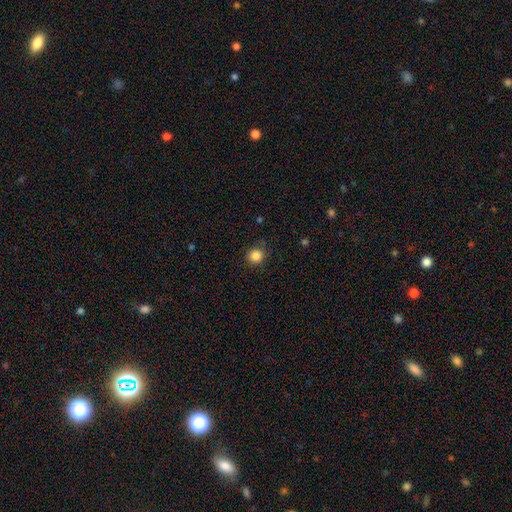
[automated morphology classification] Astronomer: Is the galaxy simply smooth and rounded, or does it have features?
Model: smooth — 86%.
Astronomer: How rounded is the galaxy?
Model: round — 91%.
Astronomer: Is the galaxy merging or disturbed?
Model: none — 83%.